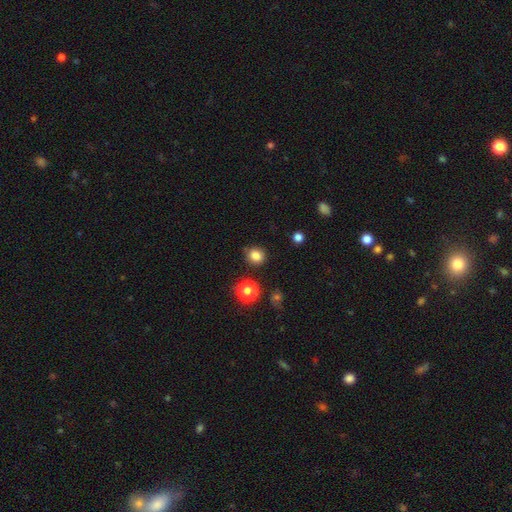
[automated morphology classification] Smooth or featured? Predicted: smooth (p=0.82). How rounded? Predicted: round (p=0.80). Merging? Predicted: none (p=0.83).